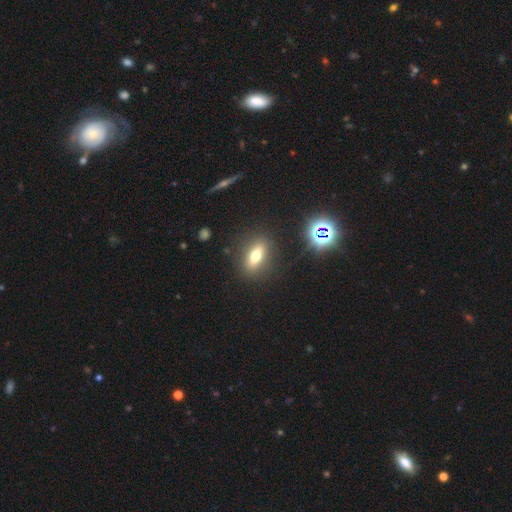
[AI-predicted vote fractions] This is possibly a smooth galaxy (57%). How rounded: likely in between (62%). Merging: clearly none (86%).